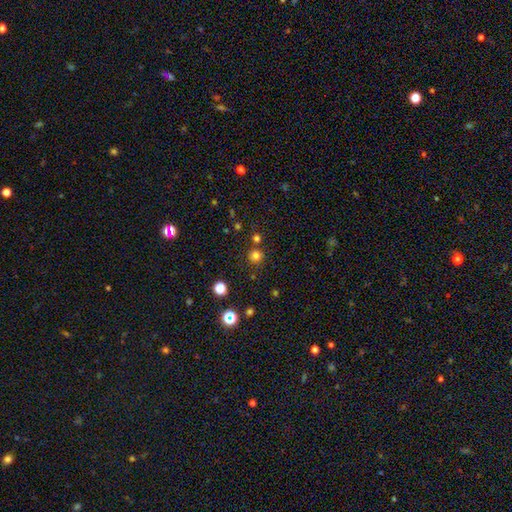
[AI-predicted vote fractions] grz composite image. It shows a smooth galaxy with no disk features (76%) that is round (94%). Merging: none (80%).